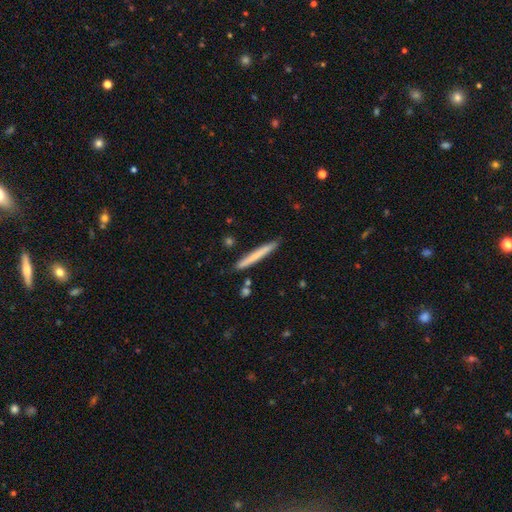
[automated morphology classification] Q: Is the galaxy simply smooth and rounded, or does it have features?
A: smooth — 66%.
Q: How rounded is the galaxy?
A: cigar-shaped — 97%.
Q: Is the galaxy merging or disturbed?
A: none — 88%.